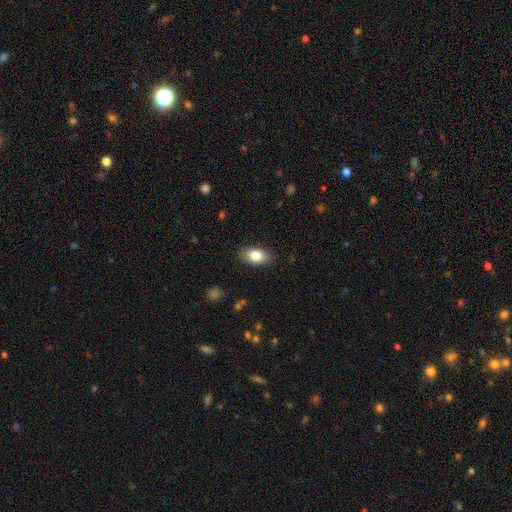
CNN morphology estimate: Smooth or featured?
  - smooth: 84% *
  - featured or disk: 9%
  - star or artifact: 7%
How rounded?
  - in between: 89% *
  - round: 9%
  - cigar-shaped: 2%
Merging?
  - none: 86% *
  - minor disturbance: 10%
  - major disturbance: 3%
  - merger: 1%